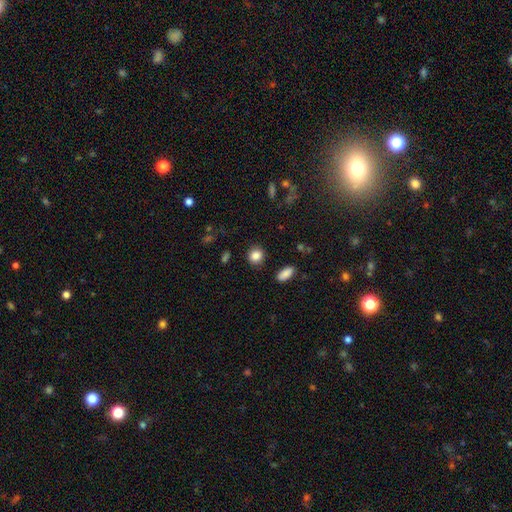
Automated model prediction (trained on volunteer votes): A smooth galaxy with no disk features (86%) that is round (80%).

Vote fractions:
- Smooth or featured? smooth: 86% / star or artifact: 9% / featured or disk: 5%
- How rounded? round: 80% / in between: 19% / cigar-shaped: 1%
- Merging? none: 89% / minor disturbance: 7% / major disturbance: 2% / merger: 2%